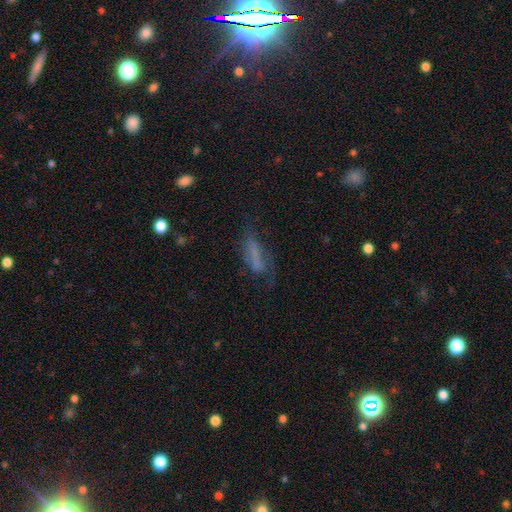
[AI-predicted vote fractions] A smooth galaxy with no disk features (53%) that is cigar-shaped (58%). Merging: none (47%).